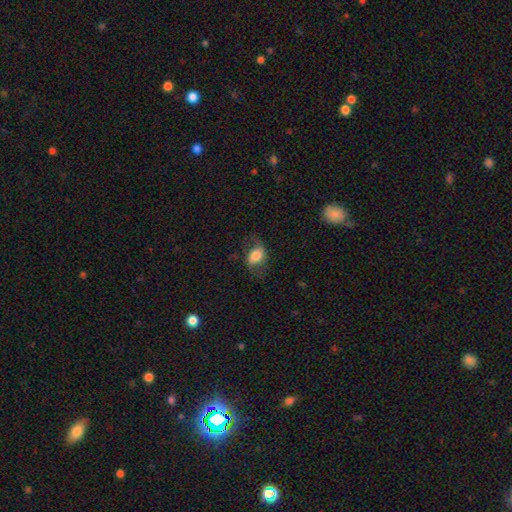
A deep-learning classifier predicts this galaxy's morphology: This is likely a smooth galaxy (66%). How rounded: likely in between (77%). Merging: possibly none (58%).